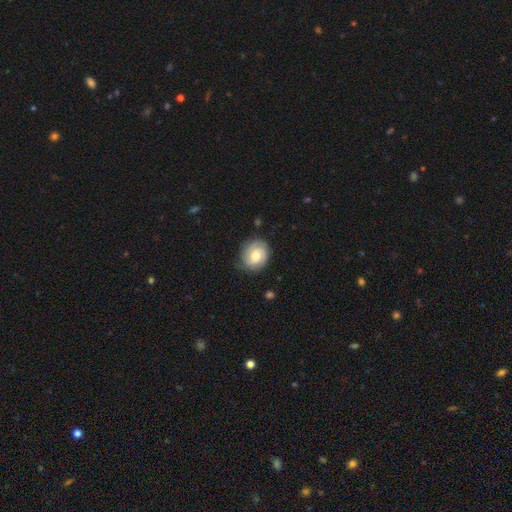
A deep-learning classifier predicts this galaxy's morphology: A featured or disk galaxy (57%) with no bar (64%), spiral arms (88%) and a moderate central bulge (66%).

Vote fractions:
- Smooth or featured? featured or disk: 57% / smooth: 36% / star or artifact: 7%
- Edge-on disk? no: 97% / yes: 3%
- Bar? no: 64% / weak: 31% / strong: 5%
- Spiral arms? yes: 88% / no: 12%
- Bulge size? moderate: 66% / large: 17% / small: 14% / none: 2% / dominant: 2%
- Merging? none: 76% / minor disturbance: 17% / major disturbance: 5% / merger: 1%